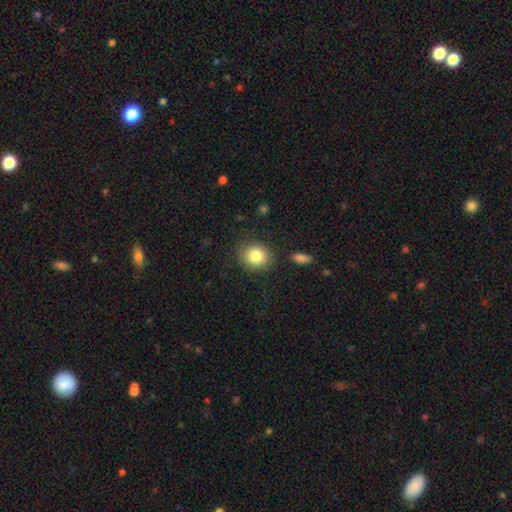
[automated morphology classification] Smooth or featured?
  - smooth: 83% *
  - star or artifact: 9%
  - featured or disk: 8%
How rounded?
  - round: 74% *
  - in between: 25%
  - cigar-shaped: 1%
Merging?
  - none: 83% *
  - minor disturbance: 11%
  - major disturbance: 3%
  - merger: 3%